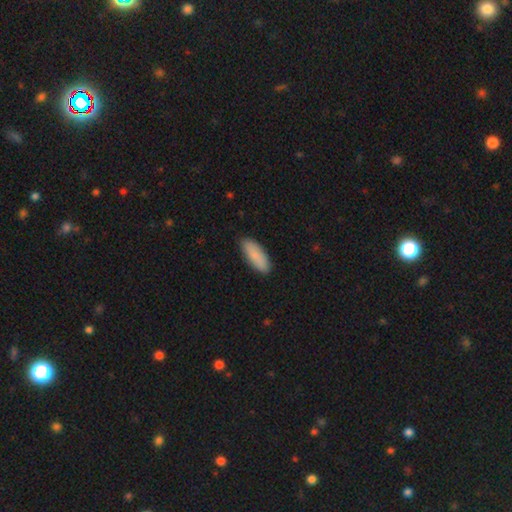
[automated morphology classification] A smooth galaxy with no disk features (87%) that is in between round and cigar-shaped (67%). Merging: none (87%).